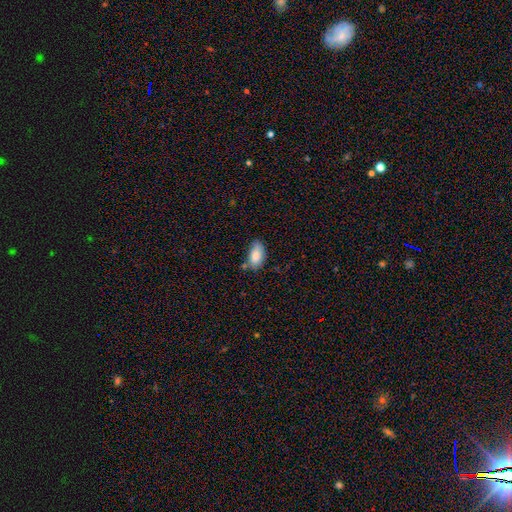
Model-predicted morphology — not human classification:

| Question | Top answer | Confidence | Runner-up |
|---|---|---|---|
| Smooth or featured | smooth | 83% | featured or disk (10%) |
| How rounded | in between | 93% | round (4%) |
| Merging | none | 59% | minor disturbance (27%) |